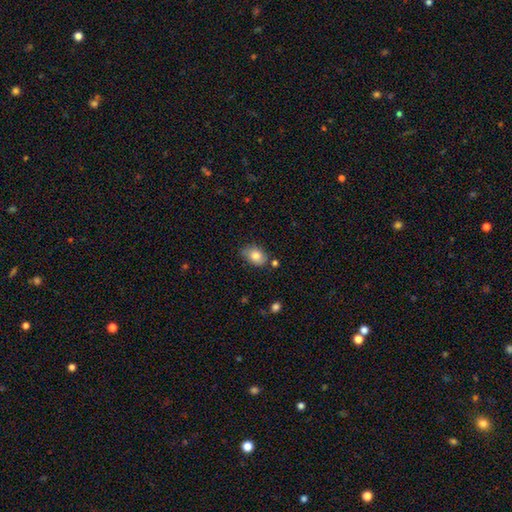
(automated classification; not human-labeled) A smooth galaxy with no disk features (81%) that is in between round and cigar-shaped (83%). Merging: none (70%).